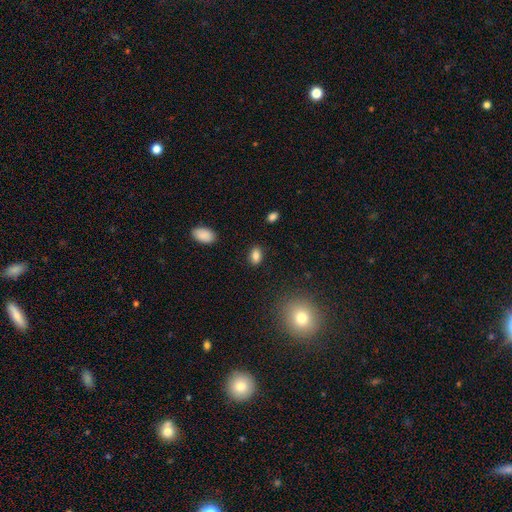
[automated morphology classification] A smooth galaxy with no disk features (85%) that is in between round and cigar-shaped (85%). Merging: none (86%).